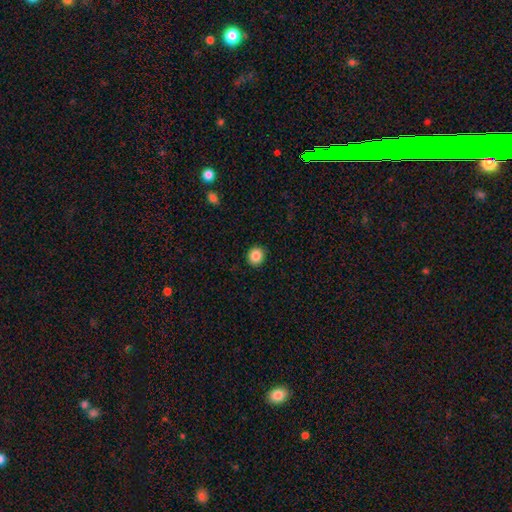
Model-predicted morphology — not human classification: A smooth galaxy with no disk features (87%) that is round (85%). Merging: none (91%).